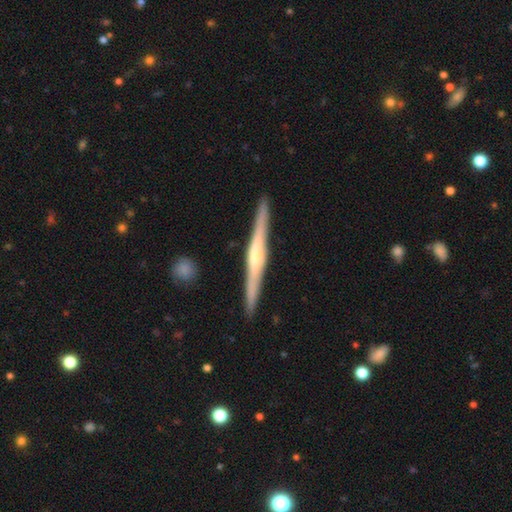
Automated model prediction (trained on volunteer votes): A featured or disk galaxy (71%) viewed edge-on (98%) with a rounded central bulge (63%).

Vote fractions:
- Smooth or featured? featured or disk: 71% / smooth: 24% / star or artifact: 5%
- Edge-on disk? yes: 98% / no: 2%
- Edge-on bulge? rounded: 63% / none: 20% / boxy: 17%
- Merging? none: 90% / minor disturbance: 7% / major disturbance: 1% / merger: 1%